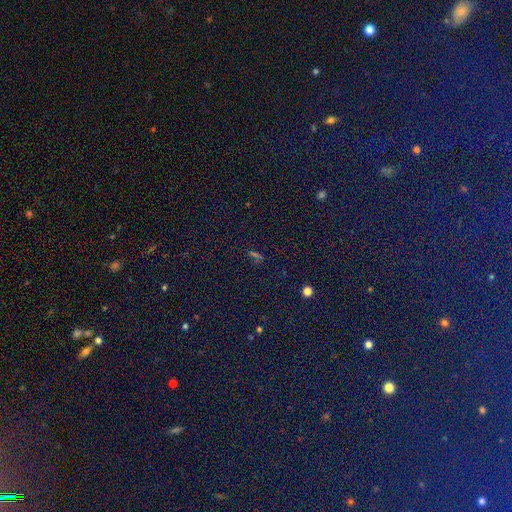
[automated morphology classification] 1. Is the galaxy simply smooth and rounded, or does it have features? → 66% star or artifact, 25% smooth, 10% featured or disk.